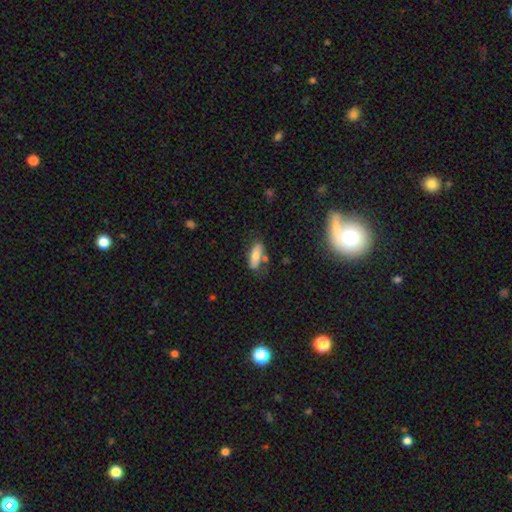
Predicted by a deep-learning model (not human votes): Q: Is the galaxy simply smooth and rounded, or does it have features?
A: smooth — 68%.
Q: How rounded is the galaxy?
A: in between — 65%.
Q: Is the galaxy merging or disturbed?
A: none — 66%.